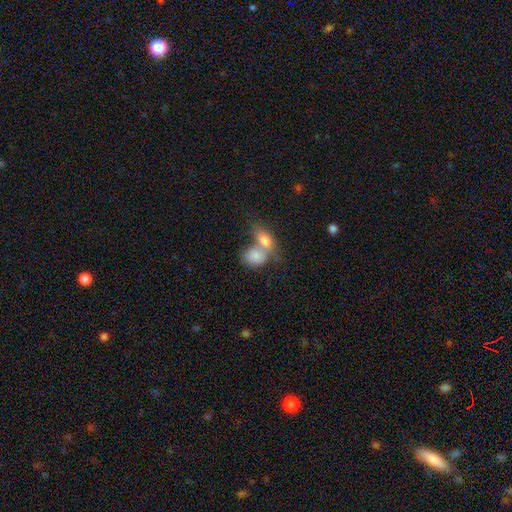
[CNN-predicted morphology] The model was most divided on "how rounded": in between: 73%, round: 25%, cigar-shaped: 2%. More confident: smooth or featured — smooth (80%); merging — merger (68%).